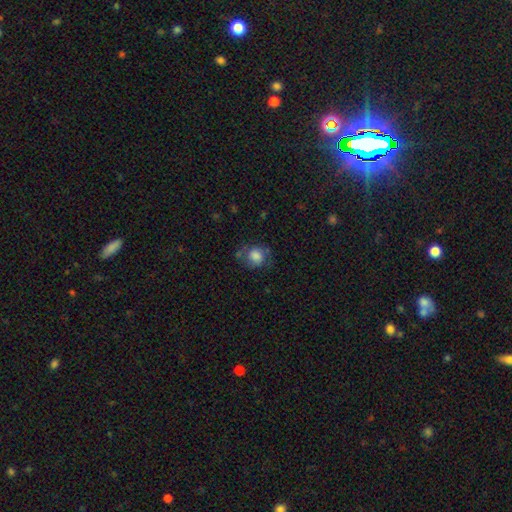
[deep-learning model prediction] Smooth or featured? smooth (72%)
How rounded? round (76%)
Merging? none (60%)